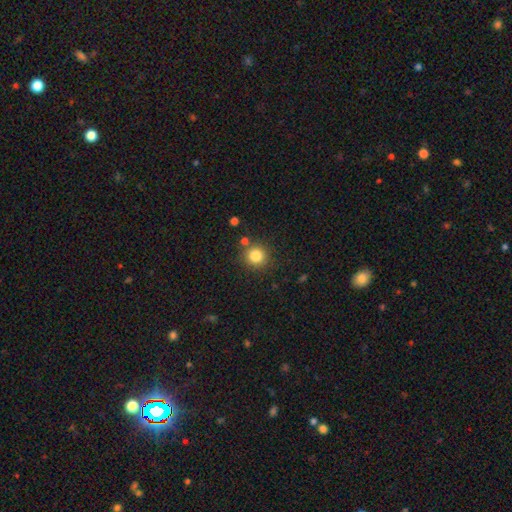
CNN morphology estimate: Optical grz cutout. It shows a smooth galaxy with no disk features (83%) that is round (92%). Merging: none (82%).